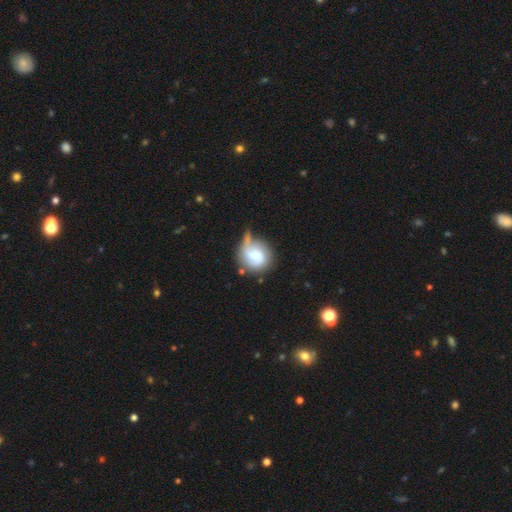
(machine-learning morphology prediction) smooth_or_featured: featured or disk (p=0.57) [alt: smooth p=0.36]
disk_edge_on: no (p=0.97) [alt: yes p=0.03]
bar: no (p=0.53) [alt: weak p=0.40]
has_spiral_arms: yes (p=0.84) [alt: no p=0.16]
bulge_size: moderate (p=0.53) [alt: small p=0.35]
merging: none (p=0.40) [alt: minor disturbance p=0.28]